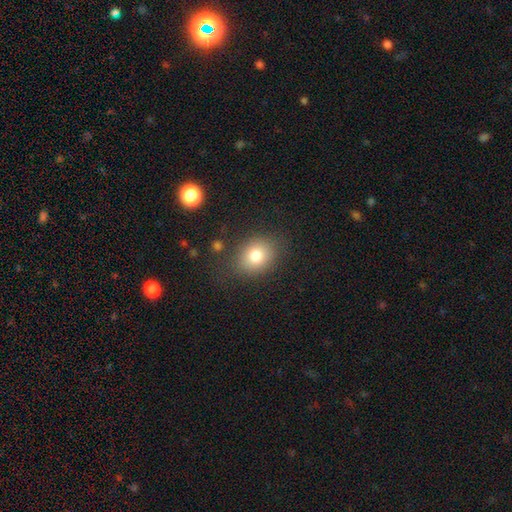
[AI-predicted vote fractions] Overall: smooth (79%). How rounded: round (51%; in between 48%). Merging: none (79%).